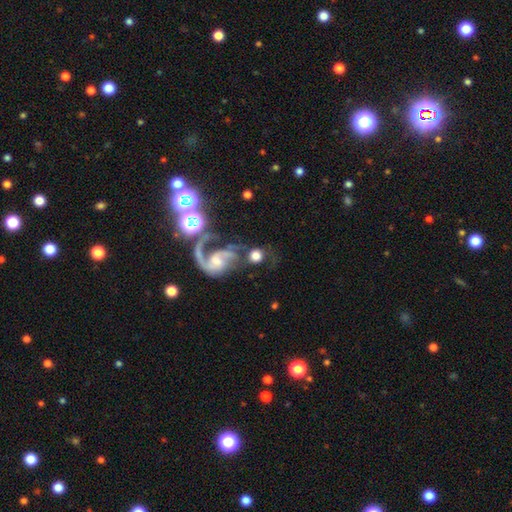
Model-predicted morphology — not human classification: Smooth or featured?
  - smooth: 54% *
  - featured or disk: 36%
  - star or artifact: 11%
How rounded?
  - round: 81% *
  - in between: 17%
  - cigar-shaped: 1%
Merging?
  - none: 45% *
  - merger: 25%
  - major disturbance: 17%
  - minor disturbance: 13%